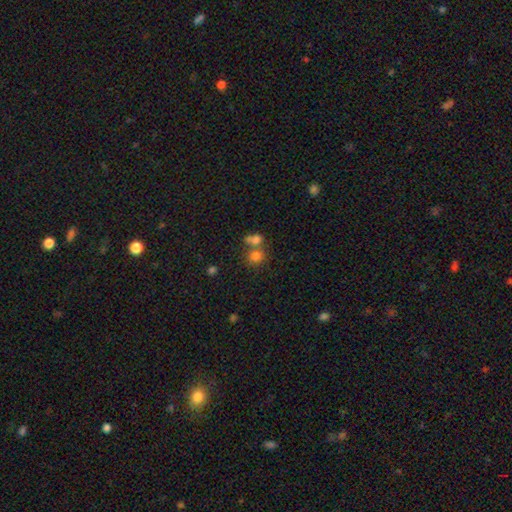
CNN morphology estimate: Smooth or featured? smooth (75%)
How rounded? round (74%)
Merging? none (46%)